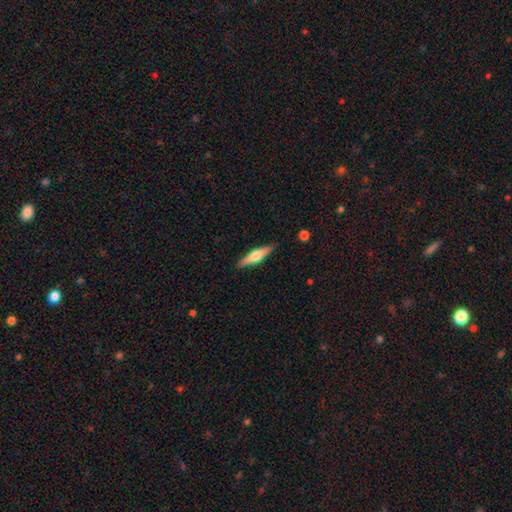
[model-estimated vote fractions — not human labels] This appears to be a featured or disk galaxy (54%) viewed edge-on (96%) with a rounded central bulge (87%). Merging: none (89%).